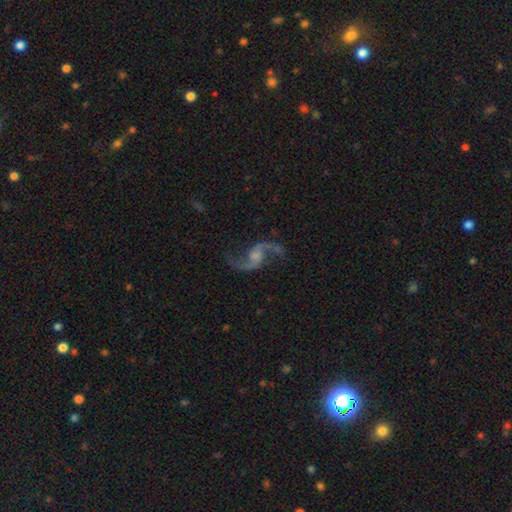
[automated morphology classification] featured or disk 91%, star or artifact 6%, smooth 4%. Down the decision tree: edge-on disk — no (97%); bar — no (53%); spiral arms — yes (98%); spiral arm count — 2 (94%); spiral winding — loose (81%); bulge size — small (42%); merging — none (80%).